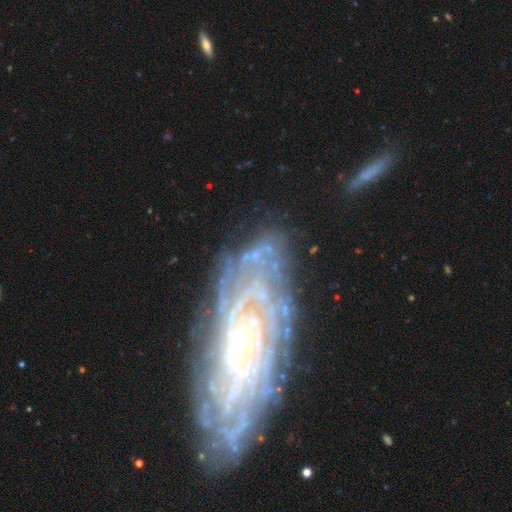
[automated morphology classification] featured or disk 80%, star or artifact 11%, smooth 9%. Down the decision tree: edge-on disk — no (95%); bar — no (70%); spiral arms — yes (89%); spiral arm count — can't tell (39%); spiral winding — tight (70%); bulge size — small (68%); merging — none (64%).